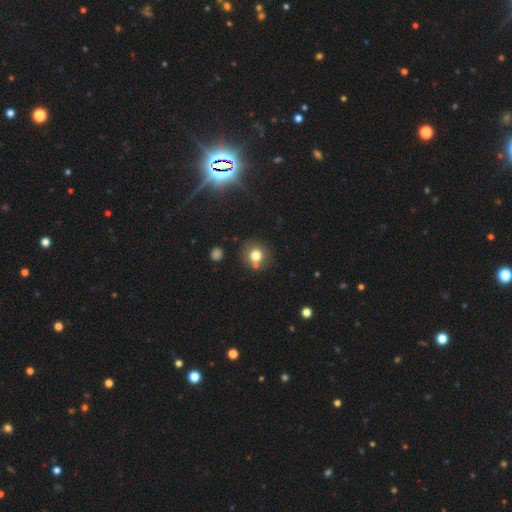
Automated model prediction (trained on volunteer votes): Smooth or featured? smooth (75%)
How rounded? round (89%)
Merging? none (71%)